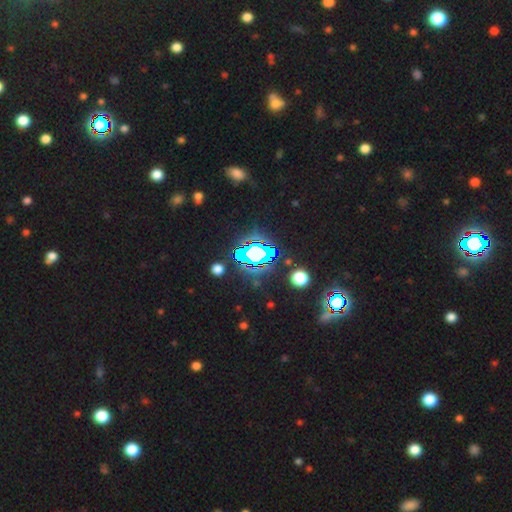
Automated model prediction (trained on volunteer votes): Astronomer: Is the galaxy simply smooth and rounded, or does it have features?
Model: star or artifact — 74%.